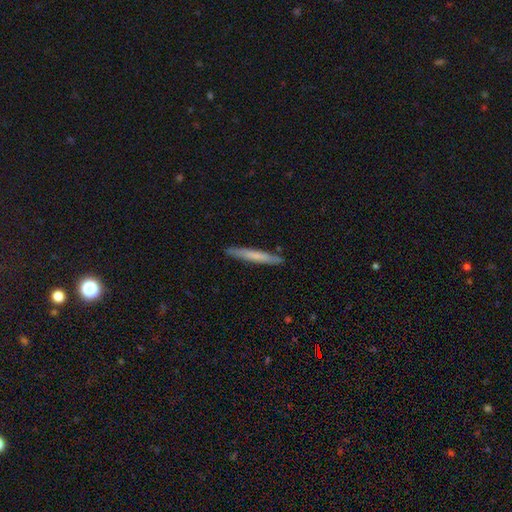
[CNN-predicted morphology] The model was most divided on "smooth or featured": smooth: 64%, featured or disk: 30%, star or artifact: 6%. More confident: how rounded — cigar-shaped (96%); merging — none (88%).